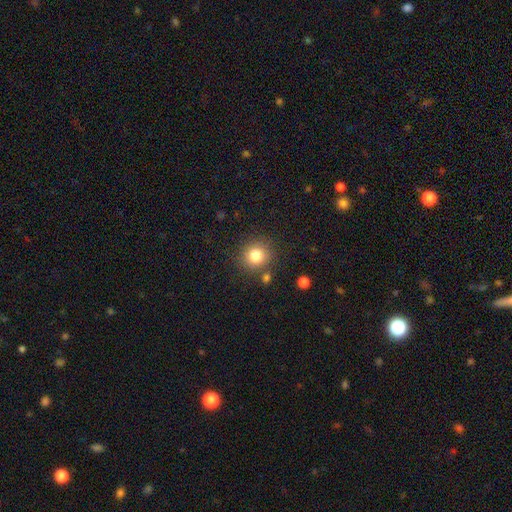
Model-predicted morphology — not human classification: Smooth or featured: smooth — 82% (star or artifact — 12%)
How rounded: round — 89% (in between — 10%)
Merging: none — 82% (minor disturbance — 9%)